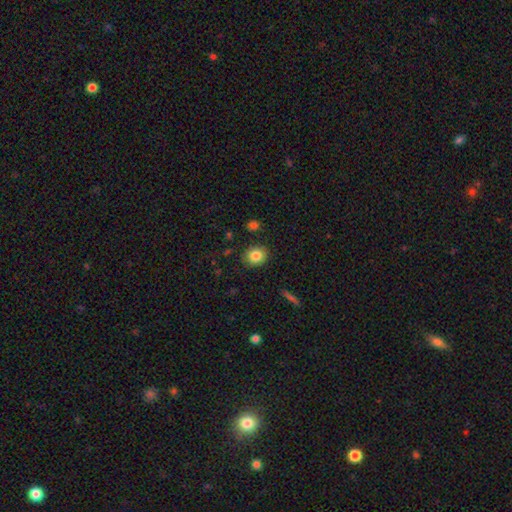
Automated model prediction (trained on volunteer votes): Morphology: type=smooth (84%); roundness=round (69%); merging=none (86%).